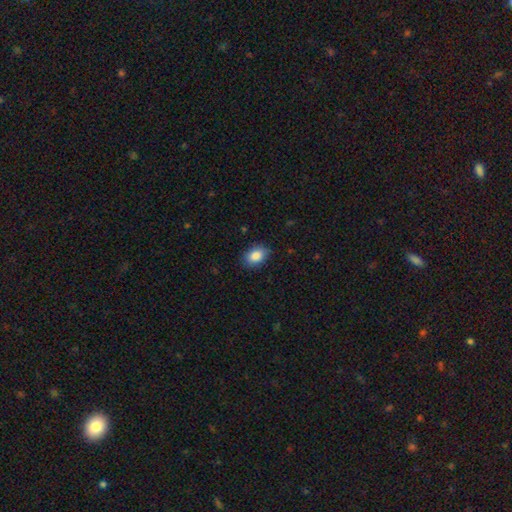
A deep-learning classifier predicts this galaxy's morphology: A smooth galaxy with no disk features (88%) that is in between round and cigar-shaped (82%).

Vote fractions:
- Smooth or featured? smooth: 88% / star or artifact: 8% / featured or disk: 5%
- How rounded? in between: 82% / round: 17% / cigar-shaped: 1%
- Merging? none: 84% / minor disturbance: 12% / major disturbance: 3% / merger: 1%